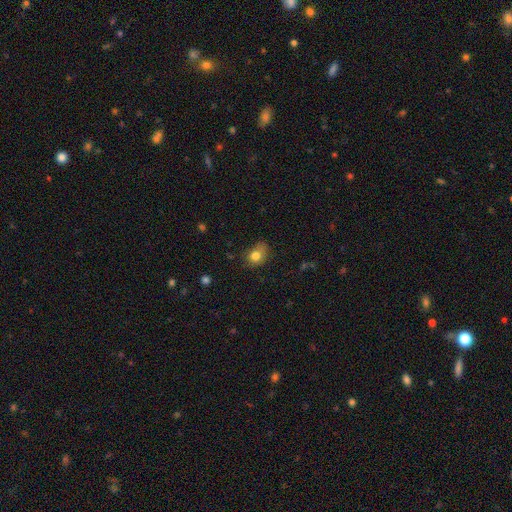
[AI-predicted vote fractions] The model was most divided on "how rounded": in between: 52%, round: 47%, cigar-shaped: 1%. More confident: smooth or featured — smooth (79%); merging — none (53%).